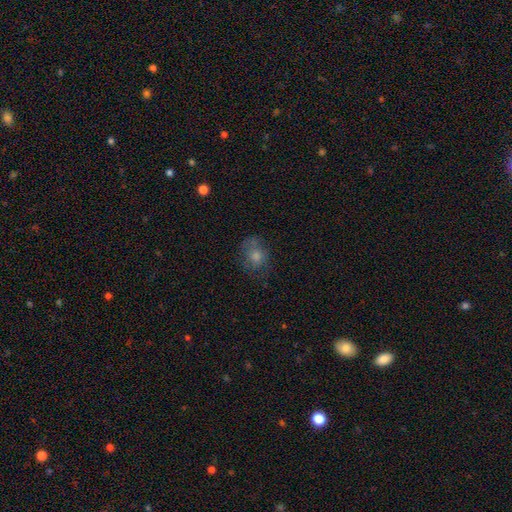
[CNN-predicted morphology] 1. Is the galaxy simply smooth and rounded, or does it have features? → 56% smooth, 26% featured or disk, 18% star or artifact.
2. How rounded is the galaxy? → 62% round, 37% in between, 1% cigar-shaped.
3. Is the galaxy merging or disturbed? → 68% none, 21% minor disturbance, 10% major disturbance, 2% merger.